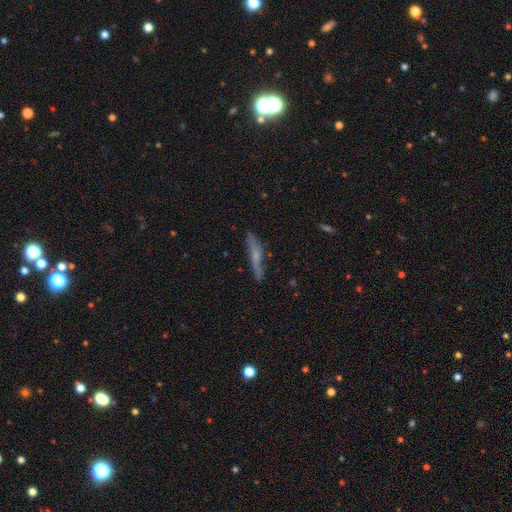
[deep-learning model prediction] A featured or disk galaxy (50%) viewed edge-on (83%). Merging: none (75%).